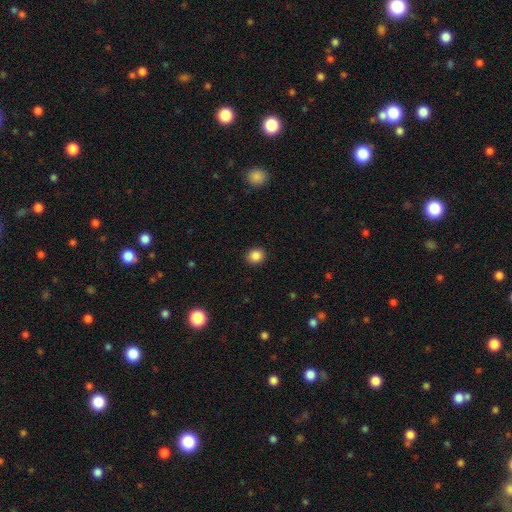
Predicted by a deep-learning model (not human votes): Smooth or featured? smooth (87%)
How rounded? round (73%)
Merging? none (91%)